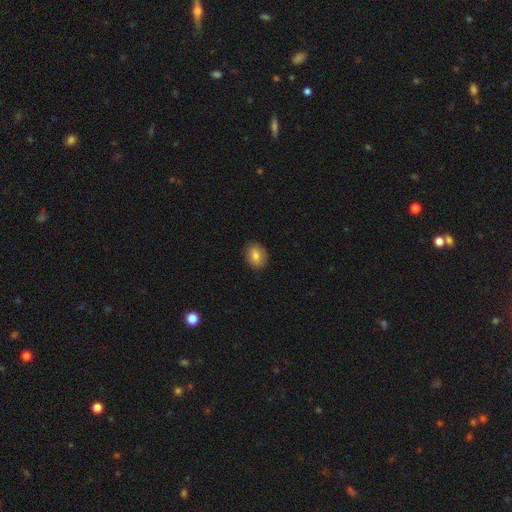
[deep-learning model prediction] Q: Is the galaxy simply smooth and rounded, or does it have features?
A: smooth — 80%.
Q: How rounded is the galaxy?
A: in between — 54%.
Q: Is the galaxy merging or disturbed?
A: none — 89%.